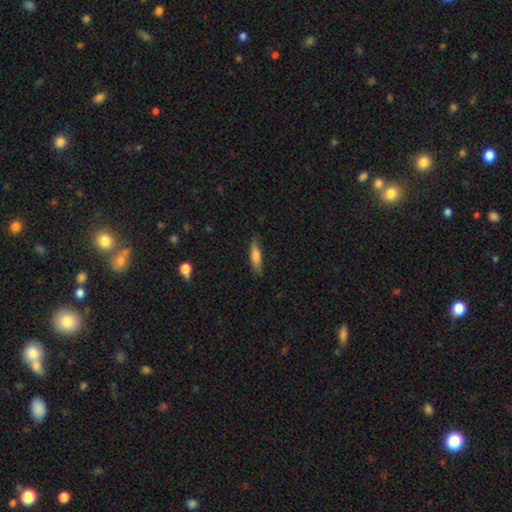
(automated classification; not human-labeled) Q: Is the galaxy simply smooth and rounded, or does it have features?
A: smooth — 79%.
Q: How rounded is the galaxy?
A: cigar-shaped — 64%.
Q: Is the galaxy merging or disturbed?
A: none — 80%.